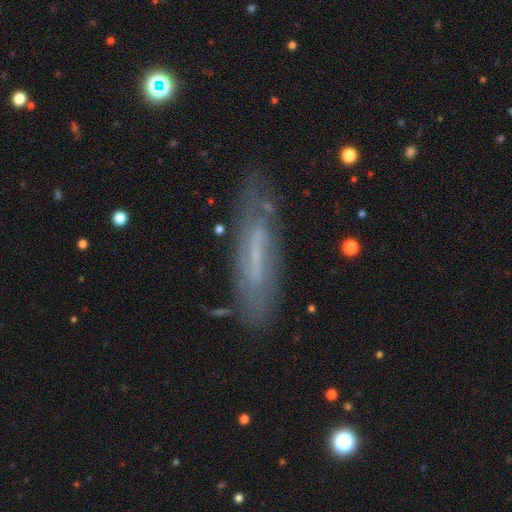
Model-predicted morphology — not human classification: Smooth or featured: featured or disk — 57% (smooth — 34%)
Edge-on disk: no — 54% (yes — 46%)
Merging: none — 74% (minor disturbance — 18%)